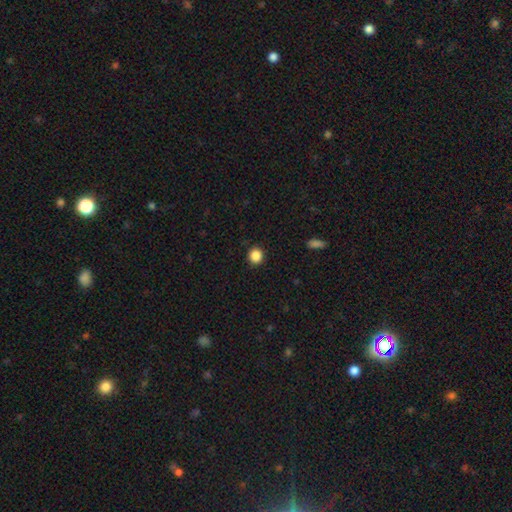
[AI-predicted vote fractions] The model was most divided on "smooth or featured": smooth: 87%, star or artifact: 10%, featured or disk: 3%. More confident: merging — none (91%); how rounded — round (90%).